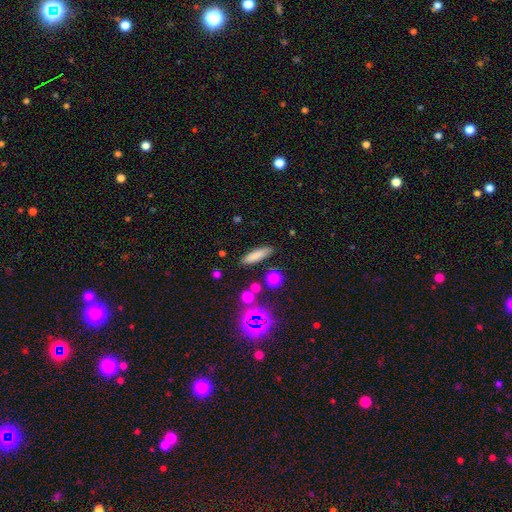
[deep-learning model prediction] smooth-or-featured: smooth: 78% | star or artifact: 12% | featured or disk: 10%
  how-rounded: cigar-shaped: 68% | in between: 29% | round: 4%
  merging: none: 84% | minor disturbance: 10% | merger: 4% | major disturbance: 3%